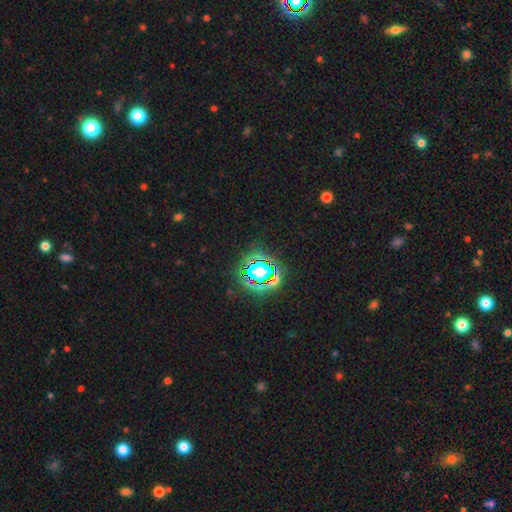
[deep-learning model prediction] smooth-or-featured: star or artifact: 83% | smooth: 11% | featured or disk: 6%